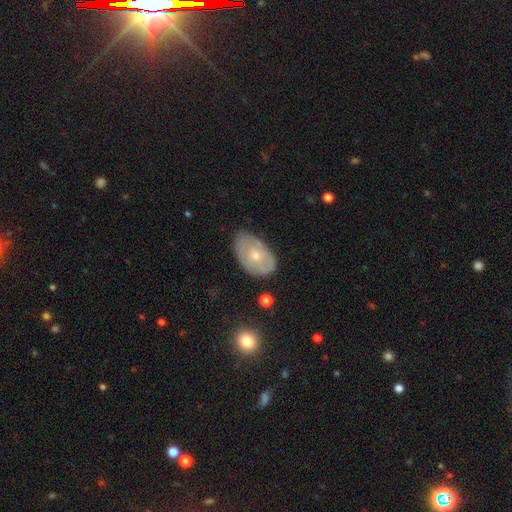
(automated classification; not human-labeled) Morphology: type=smooth (50%); roundness=in between (89%); merging=none (69%).